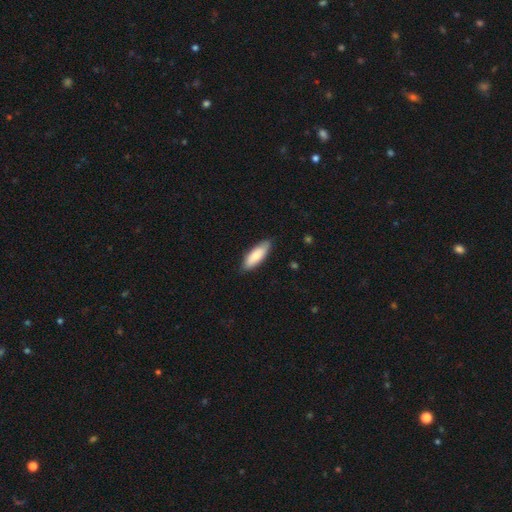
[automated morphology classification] Smooth or featured? Predicted: smooth (p=0.82). How rounded? Predicted: in between (p=0.61). Merging? Predicted: none (p=0.85).